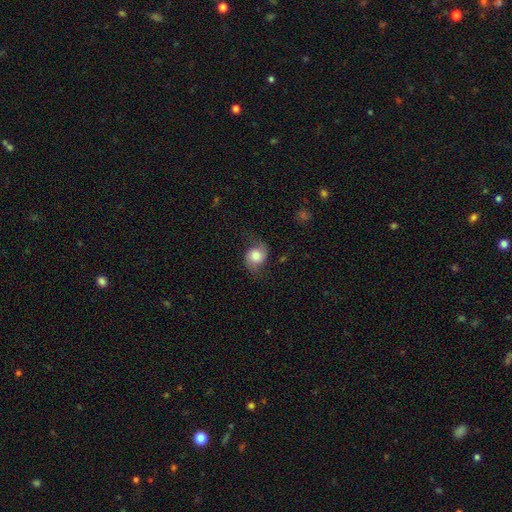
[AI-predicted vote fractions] Morphology: type=smooth (48%); merging=none (63%).